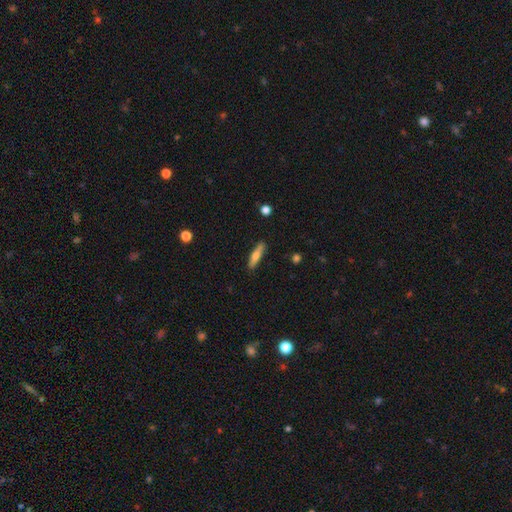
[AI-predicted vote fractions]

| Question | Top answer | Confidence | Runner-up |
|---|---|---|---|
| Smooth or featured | smooth | 65% | featured or disk (28%) |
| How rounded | cigar-shaped | 82% | in between (16%) |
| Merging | none | 86% | minor disturbance (11%) |